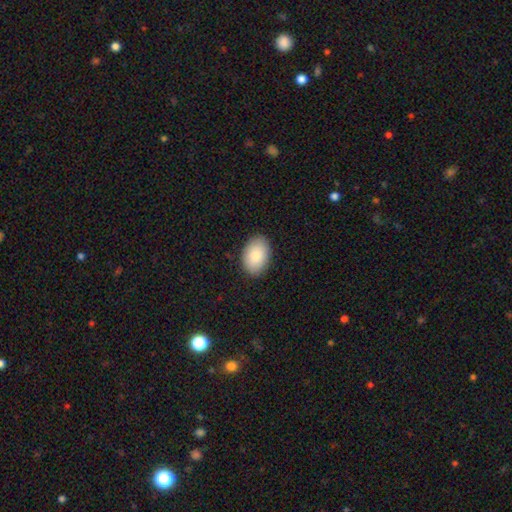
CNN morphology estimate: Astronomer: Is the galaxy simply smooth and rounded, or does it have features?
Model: smooth — 86%.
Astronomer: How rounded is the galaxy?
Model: in between — 88%.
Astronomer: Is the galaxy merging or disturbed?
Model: none — 88%.